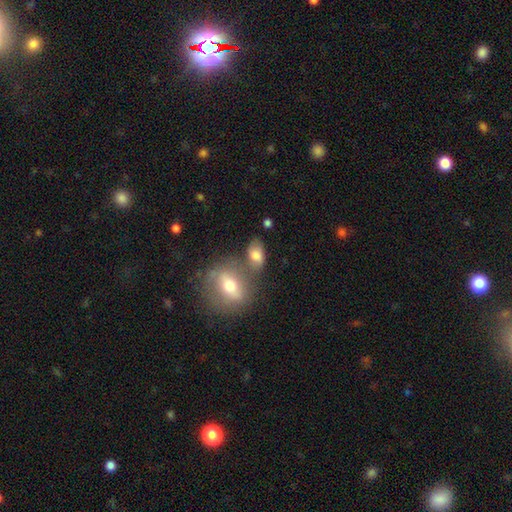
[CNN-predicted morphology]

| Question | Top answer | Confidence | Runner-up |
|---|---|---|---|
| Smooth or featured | smooth | 71% | featured or disk (19%) |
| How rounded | in between | 83% | round (14%) |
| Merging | none | 47% | merger (29%) |